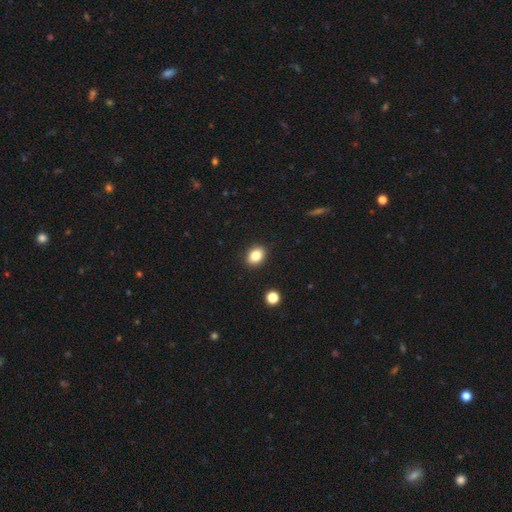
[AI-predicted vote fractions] This appears to be a smooth galaxy with no disk features (83%) that is in between round and cigar-shaped (59%). Merging: none (90%).